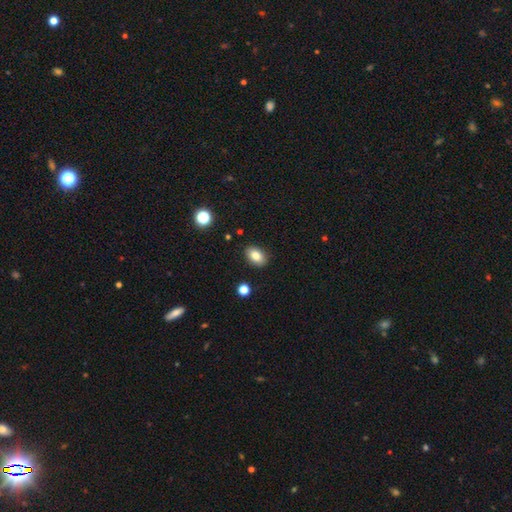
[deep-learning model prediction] Q: Smooth or featured?
A: smooth (84%); runner-up: star or artifact (9%)
Q: How rounded?
A: in between (87%); runner-up: round (12%)
Q: Merging?
A: none (87%); runner-up: minor disturbance (9%)